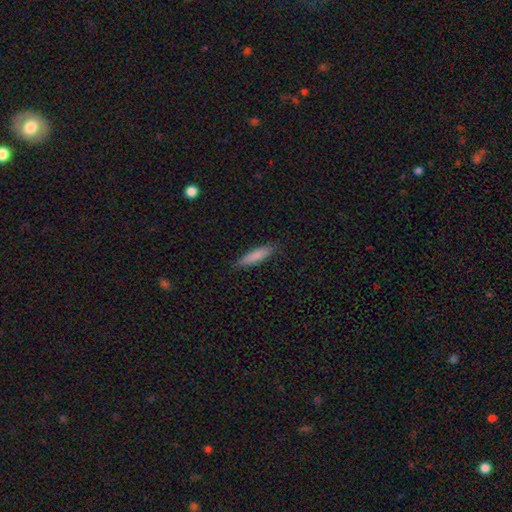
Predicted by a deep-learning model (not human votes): Smooth or featured?
  - smooth: 82% *
  - featured or disk: 12%
  - star or artifact: 6%
How rounded?
  - cigar-shaped: 78% *
  - in between: 21%
  - round: 1%
Merging?
  - none: 86% *
  - minor disturbance: 11%
  - major disturbance: 2%
  - merger: 1%